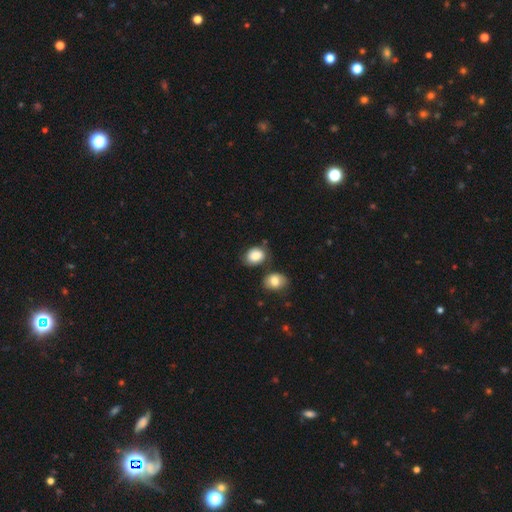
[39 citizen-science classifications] Overall: smooth (92%). How rounded: in between (64%; round 36%). Merging: none (63%).